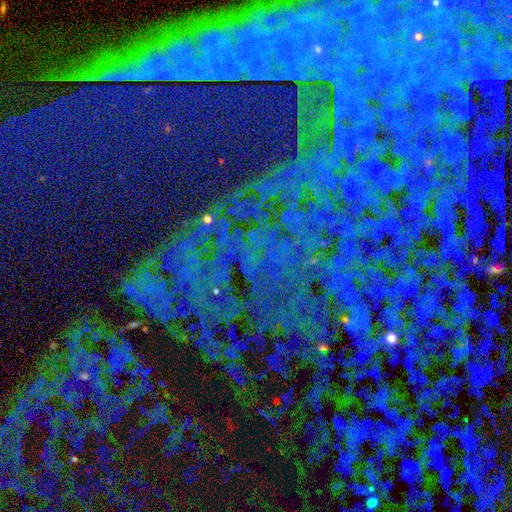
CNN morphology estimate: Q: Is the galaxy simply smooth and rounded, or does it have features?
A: star or artifact — 84%.